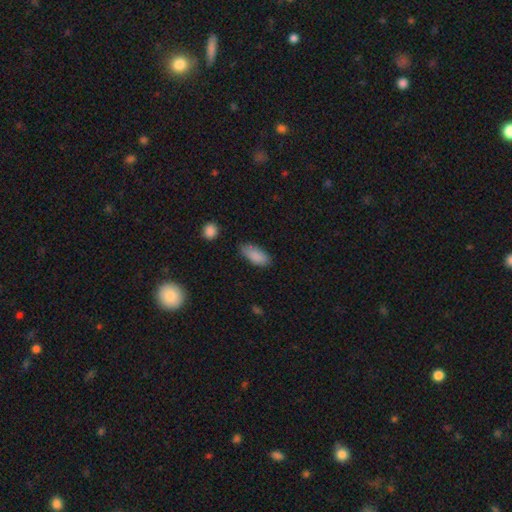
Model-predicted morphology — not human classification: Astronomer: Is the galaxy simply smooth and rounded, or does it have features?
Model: smooth — 87%.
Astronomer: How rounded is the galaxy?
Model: in between — 85%.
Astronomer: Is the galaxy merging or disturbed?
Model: none — 71%.